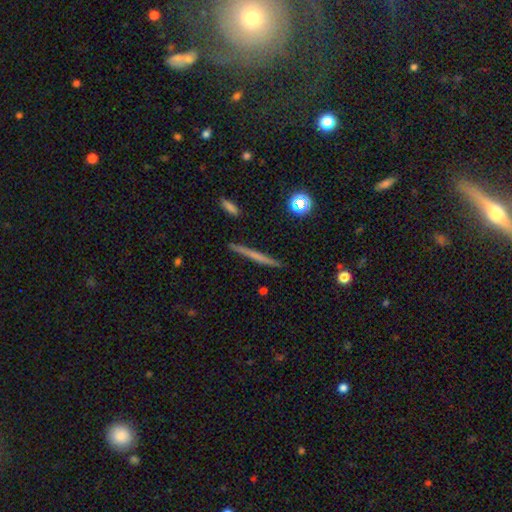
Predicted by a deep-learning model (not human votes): Smooth or featured? Predicted: smooth (p=0.47). Merging? Predicted: none (p=0.90).